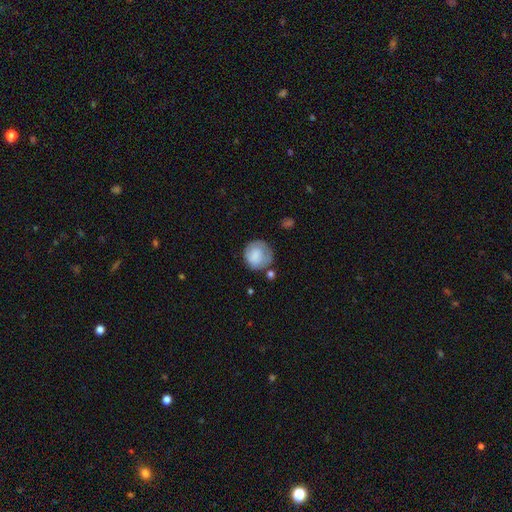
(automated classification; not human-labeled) Smooth or featured?
  - smooth: 77% *
  - featured or disk: 16%
  - star or artifact: 8%
How rounded?
  - round: 88% *
  - in between: 11%
  - cigar-shaped: 1%
Merging?
  - none: 59% *
  - minor disturbance: 25%
  - major disturbance: 10%
  - merger: 6%